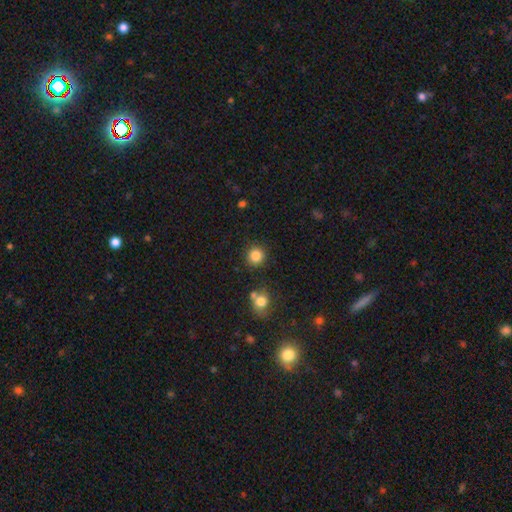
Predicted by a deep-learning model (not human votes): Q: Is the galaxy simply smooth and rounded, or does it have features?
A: smooth — 85%.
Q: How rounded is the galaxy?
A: round — 93%.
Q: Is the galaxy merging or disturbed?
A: none — 86%.